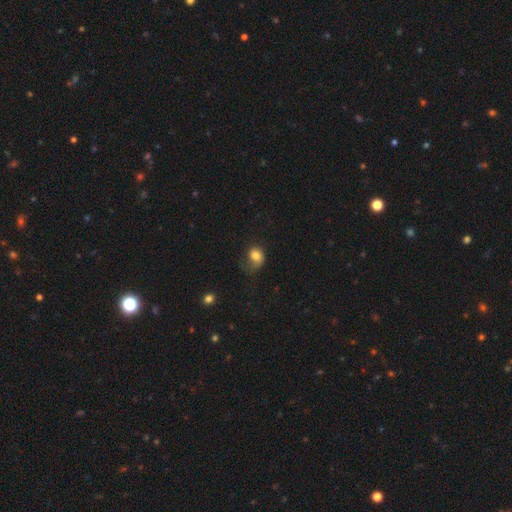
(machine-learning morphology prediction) smooth_or_featured: smooth (p=0.75) [alt: featured or disk p=0.16]
how_rounded: round (p=0.54) [alt: in between p=0.45]
merging: major disturbance (p=0.35) [tied with: none p=0.35]